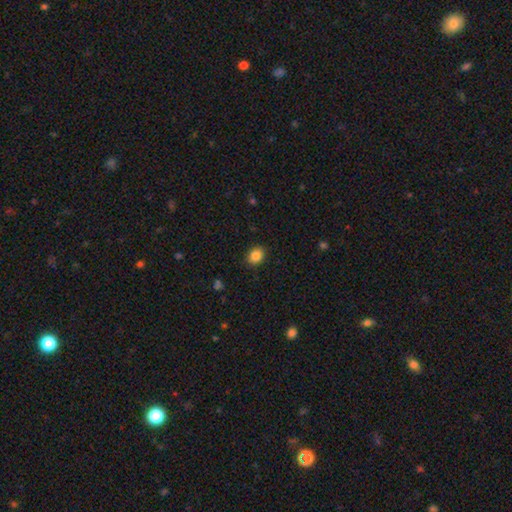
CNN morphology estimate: A smooth galaxy with no disk features (86%) that is round (54%). Merging: none (88%).